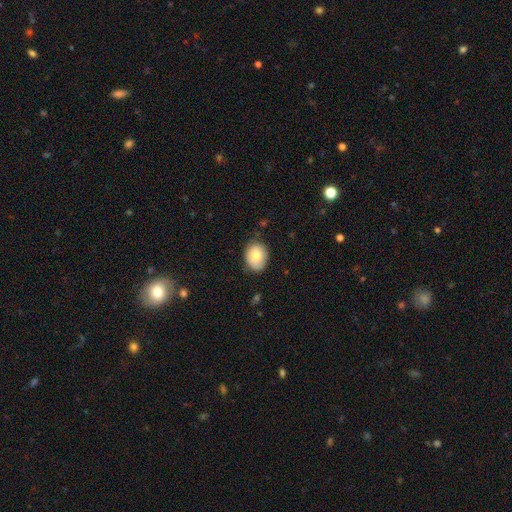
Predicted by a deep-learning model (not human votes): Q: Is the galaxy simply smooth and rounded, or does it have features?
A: smooth — 78%.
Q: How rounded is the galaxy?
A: in between — 56%.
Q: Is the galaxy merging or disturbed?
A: none — 73%.